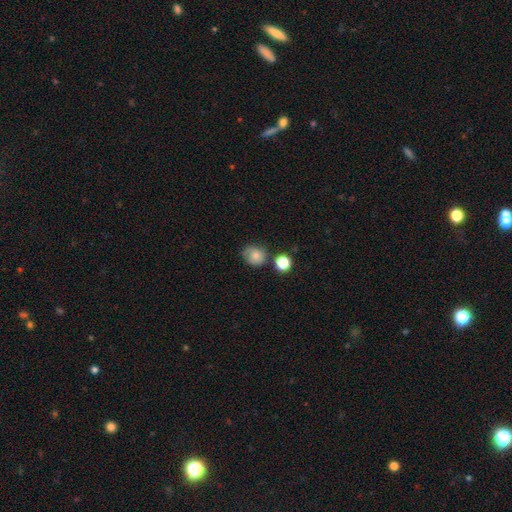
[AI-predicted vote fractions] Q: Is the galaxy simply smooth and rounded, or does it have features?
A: smooth — 74%.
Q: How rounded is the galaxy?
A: round — 76%.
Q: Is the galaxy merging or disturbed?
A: none — 60%.